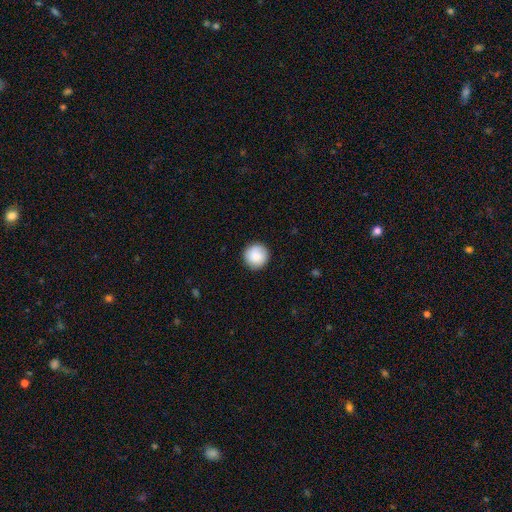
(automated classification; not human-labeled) A smooth galaxy with no disk features (87%) that is round (96%).

Vote fractions:
- Smooth or featured? smooth: 87% / star or artifact: 7% / featured or disk: 6%
- How rounded? round: 96% / in between: 3% / cigar-shaped: 1%
- Merging? none: 91% / minor disturbance: 6% / major disturbance: 2% / merger: 1%